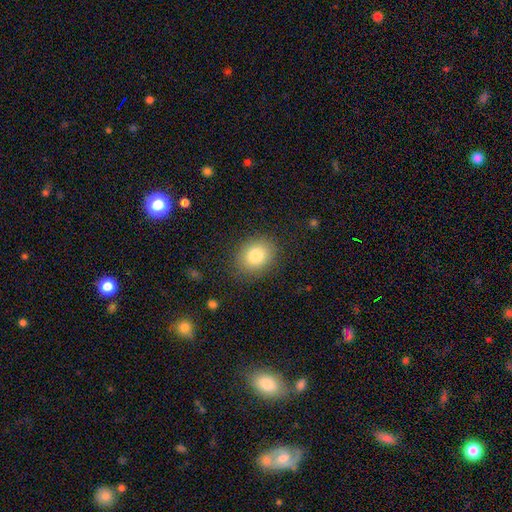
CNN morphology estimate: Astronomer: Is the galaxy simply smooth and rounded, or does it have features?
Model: smooth — 82%.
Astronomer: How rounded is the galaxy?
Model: round — 51% (runner-up: in between, 49%).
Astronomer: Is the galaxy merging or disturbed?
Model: none — 84%.